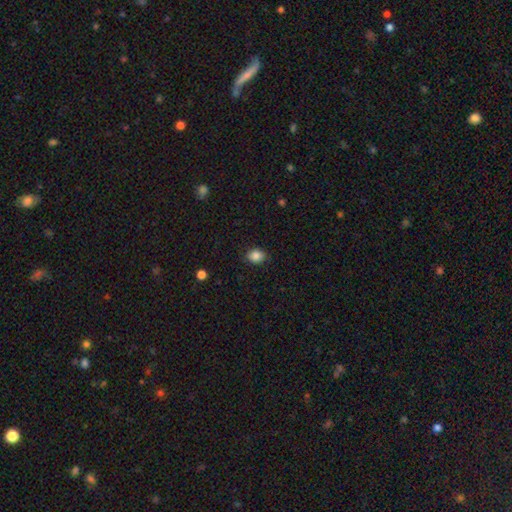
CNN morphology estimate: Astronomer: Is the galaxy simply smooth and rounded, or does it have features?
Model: smooth — 87%.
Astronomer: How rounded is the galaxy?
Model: in between — 53% (runner-up: round, 46%).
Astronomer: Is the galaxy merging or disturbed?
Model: none — 87%.